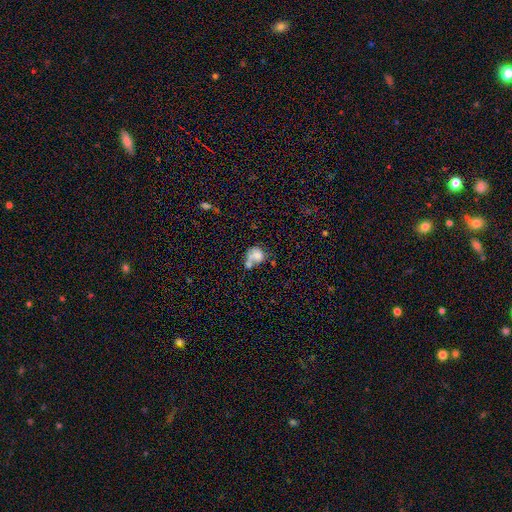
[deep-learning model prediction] Smooth or featured? Predicted: smooth (p=0.66). How rounded? Predicted: round (p=0.55). Merging? Predicted: merger (p=0.49).